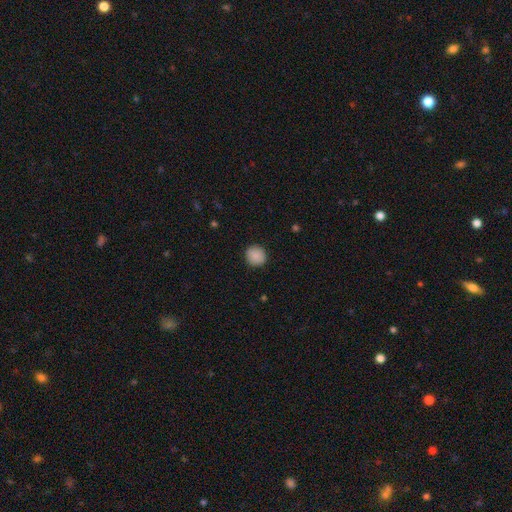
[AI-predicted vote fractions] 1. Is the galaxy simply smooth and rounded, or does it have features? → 88% smooth, 8% star or artifact, 4% featured or disk.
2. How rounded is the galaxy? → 90% round, 9% in between, 1% cigar-shaped.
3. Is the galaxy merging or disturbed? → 90% none, 7% minor disturbance, 2% major disturbance, 1% merger.